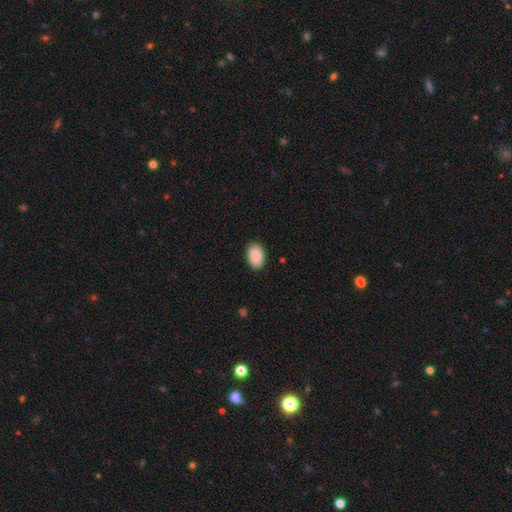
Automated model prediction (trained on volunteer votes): smooth_or_featured: smooth (p=0.90) [alt: star or artifact p=0.06]
how_rounded: in between (p=0.90) [alt: round p=0.08]
merging: none (p=0.85) [alt: minor disturbance p=0.12]